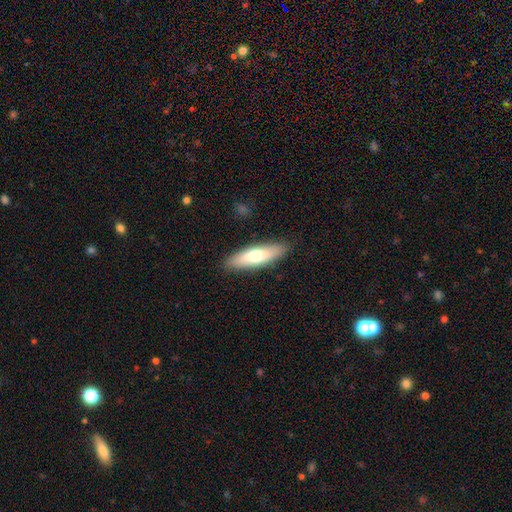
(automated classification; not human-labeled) smooth_or_featured: smooth (p=0.69) [alt: featured or disk p=0.26]
how_rounded: cigar-shaped (p=0.58) [alt: in between p=0.40]
merging: none (p=0.88) [alt: minor disturbance p=0.09]